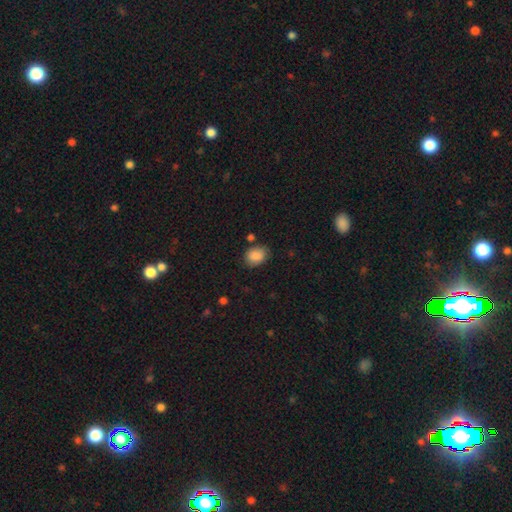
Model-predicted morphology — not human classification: Q: Smooth or featured?
A: smooth (87%); runner-up: star or artifact (8%)
Q: How rounded?
A: in between (59%); runner-up: round (40%)
Q: Merging?
A: none (78%); runner-up: minor disturbance (15%)